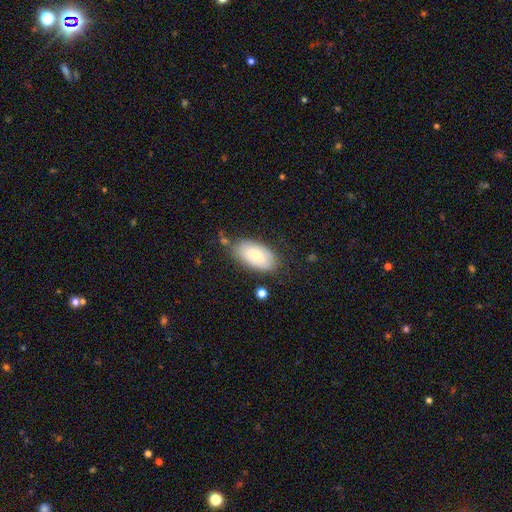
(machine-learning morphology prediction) The model was most divided on "smooth or featured": smooth: 65%, featured or disk: 28%, star or artifact: 7%. More confident: how rounded — in between (94%); merging — none (73%).